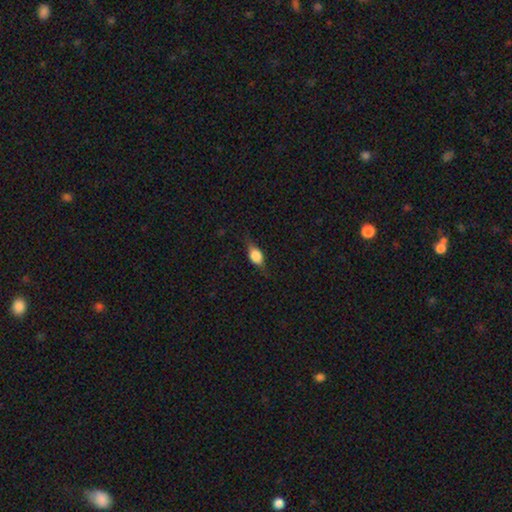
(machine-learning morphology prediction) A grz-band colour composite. It shows a smooth galaxy with no disk features (61%) that is in between round and cigar-shaped (71%). Merging: none (72%).